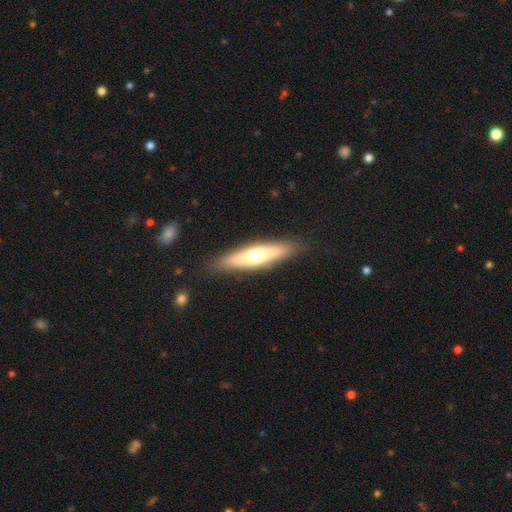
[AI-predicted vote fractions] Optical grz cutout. It shows a smooth galaxy with no disk features (48%). Merging: none (87%).